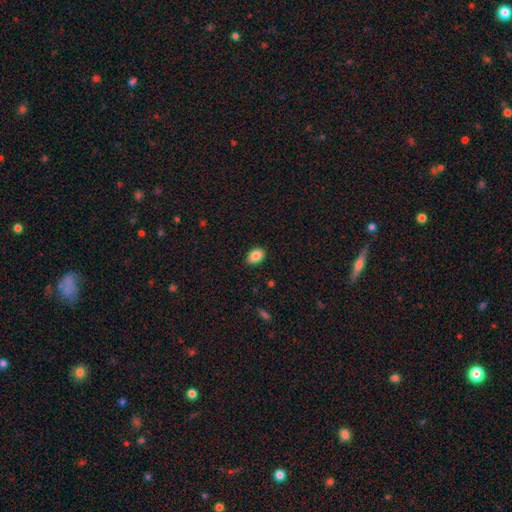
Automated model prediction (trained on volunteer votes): A smooth galaxy with no disk features (86%) that is in between round and cigar-shaped (79%).

Vote fractions:
- Smooth or featured? smooth: 86% / star or artifact: 8% / featured or disk: 6%
- How rounded? in between: 79% / round: 20% / cigar-shaped: 1%
- Merging? none: 87% / minor disturbance: 10% / major disturbance: 2% / merger: 1%